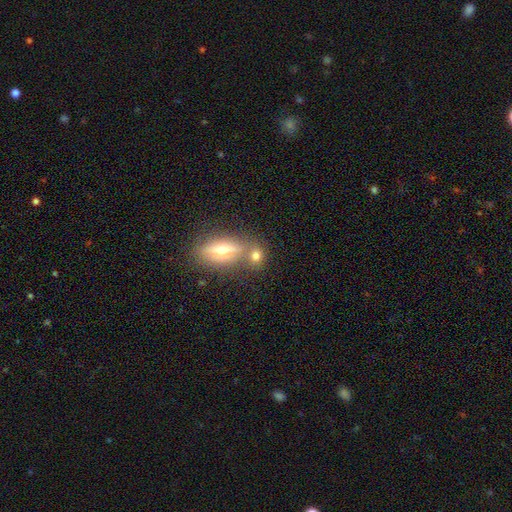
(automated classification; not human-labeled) Smooth or featured: smooth — 68% (featured or disk — 19%)
How rounded: round — 53% (in between — 40%)
Merging: none — 57% (merger — 29%)